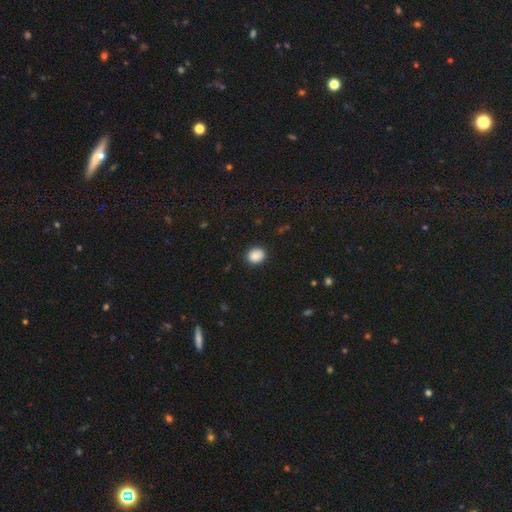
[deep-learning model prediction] smooth-or-featured: smooth: 88% | star or artifact: 9% | featured or disk: 3%
  how-rounded: round: 65% | in between: 34% | cigar-shaped: 1%
  merging: none: 89% | minor disturbance: 8% | major disturbance: 2% | merger: 1%